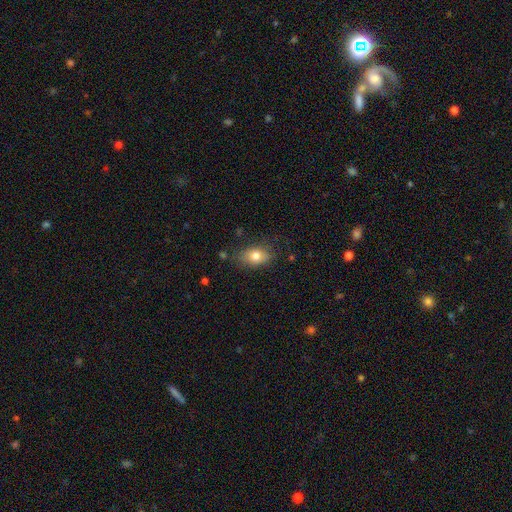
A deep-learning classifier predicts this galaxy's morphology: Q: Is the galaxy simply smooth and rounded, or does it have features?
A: smooth — 79%.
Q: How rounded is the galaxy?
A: in between — 80%.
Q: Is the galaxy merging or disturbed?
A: none — 76%.